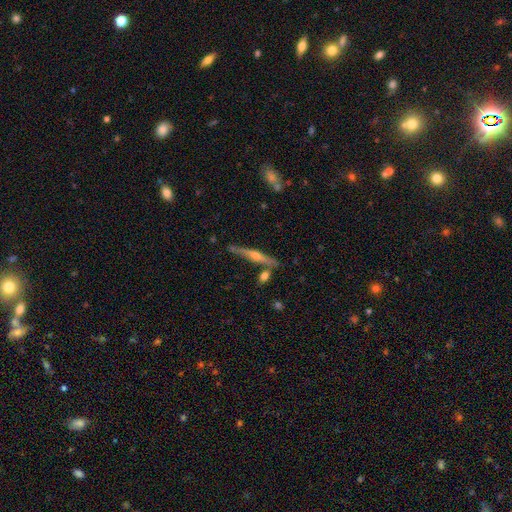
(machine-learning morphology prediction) Smooth or featured? Predicted: featured or disk (p=0.74). Edge-on disk? Predicted: yes (p=0.97). Edge-on bulge? Predicted: rounded (p=0.84). Merging? Predicted: none (p=0.79).